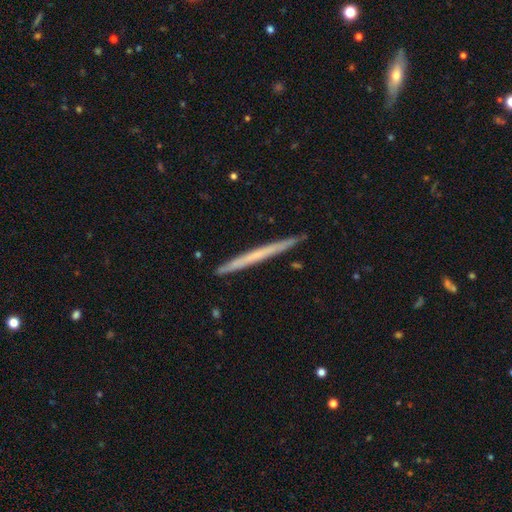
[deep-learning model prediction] smooth-or-featured: featured or disk: 49% | smooth: 45% | star or artifact: 6%
  merging: none: 91% | minor disturbance: 6% | major disturbance: 1% | merger: 1%